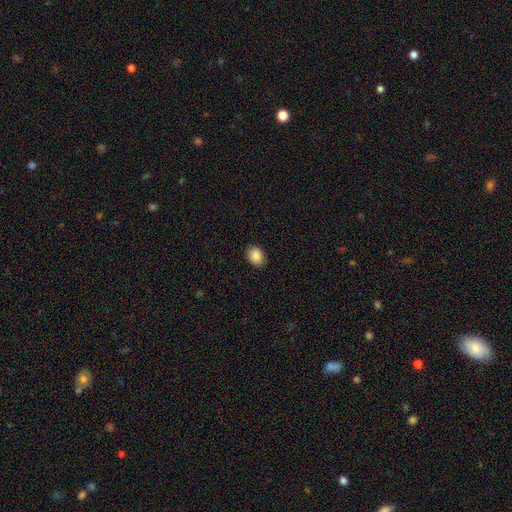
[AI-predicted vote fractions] Smooth or featured? smooth (88%)
How rounded? in between (62%)
Merging? none (89%)